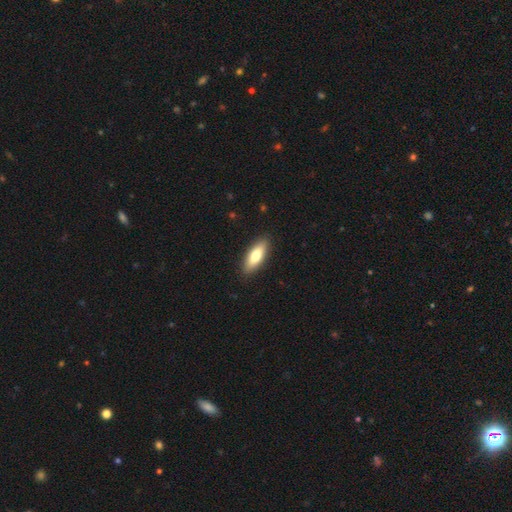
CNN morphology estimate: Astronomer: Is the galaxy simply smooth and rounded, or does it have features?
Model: smooth — 74%.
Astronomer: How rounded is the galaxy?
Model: in between — 67%.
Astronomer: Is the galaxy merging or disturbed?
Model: none — 89%.